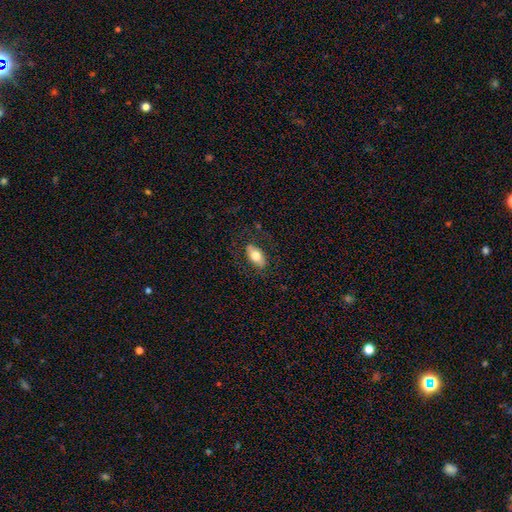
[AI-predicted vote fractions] This appears to be a smooth galaxy with no disk features (68%) that is in between round and cigar-shaped (90%). Merging: none (80%).